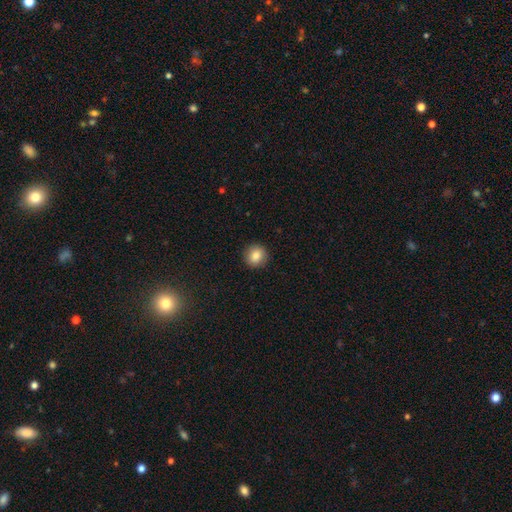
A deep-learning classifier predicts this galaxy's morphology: smooth_or_featured: smooth (p=0.85) [alt: star or artifact p=0.09]
how_rounded: round (p=0.91) [alt: in between p=0.08]
merging: none (p=0.92) [alt: minor disturbance p=0.05]